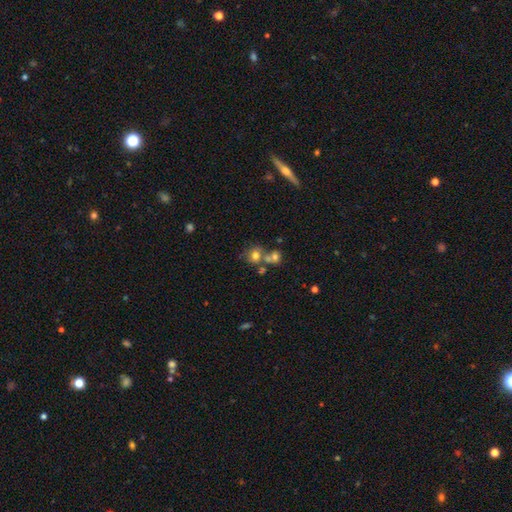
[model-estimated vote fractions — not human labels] Overall: smooth (69%). How rounded: round (77%). Merging: none (47%; merger 37%).